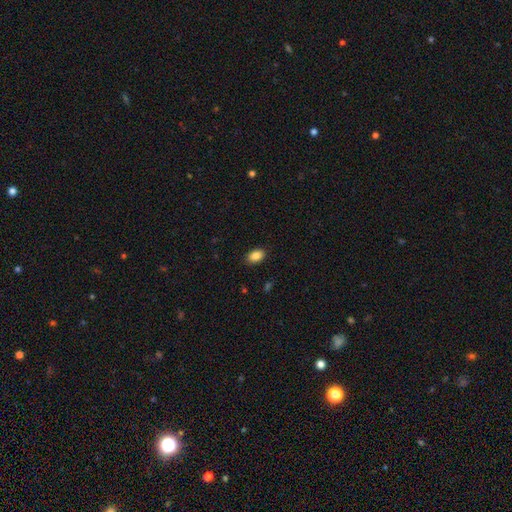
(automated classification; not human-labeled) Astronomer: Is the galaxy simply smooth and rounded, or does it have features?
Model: smooth — 87%.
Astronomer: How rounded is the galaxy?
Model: in between — 87%.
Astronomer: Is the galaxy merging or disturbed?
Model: none — 88%.